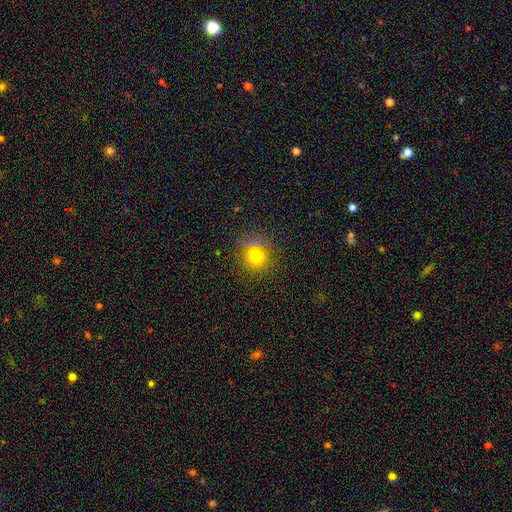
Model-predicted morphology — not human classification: smooth-or-featured: smooth: 71% | star or artifact: 20% | featured or disk: 9%
  how-rounded: round: 93% | in between: 6% | cigar-shaped: 1%
  merging: none: 85% | minor disturbance: 9% | major disturbance: 3% | merger: 3%